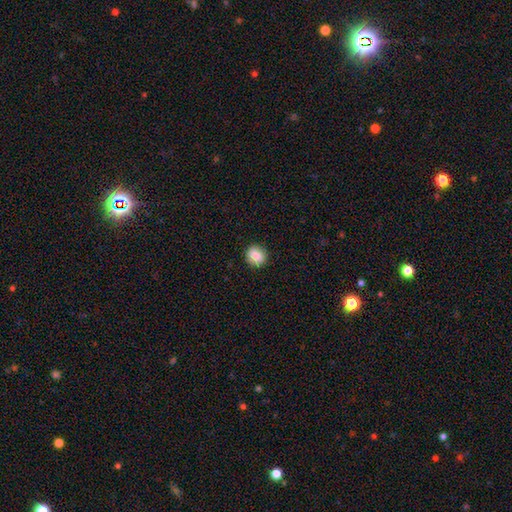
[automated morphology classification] Q: Smooth or featured?
A: smooth (86%); runner-up: star or artifact (8%)
Q: How rounded?
A: round (83%); runner-up: in between (16%)
Q: Merging?
A: none (89%); runner-up: minor disturbance (8%)